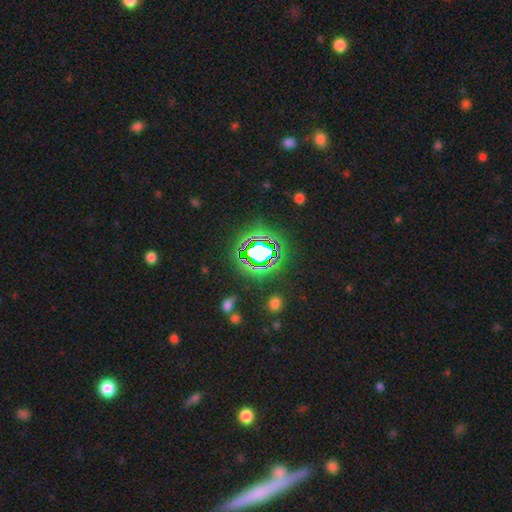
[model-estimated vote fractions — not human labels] smooth_or_featured: star or artifact (p=0.79) [alt: smooth p=0.14]